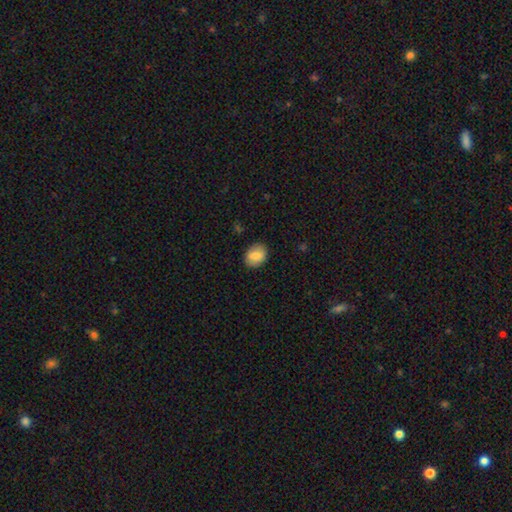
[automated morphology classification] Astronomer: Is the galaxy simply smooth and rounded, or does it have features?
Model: smooth — 81%.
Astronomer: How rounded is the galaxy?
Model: in between — 65%.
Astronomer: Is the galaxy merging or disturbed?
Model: none — 85%.